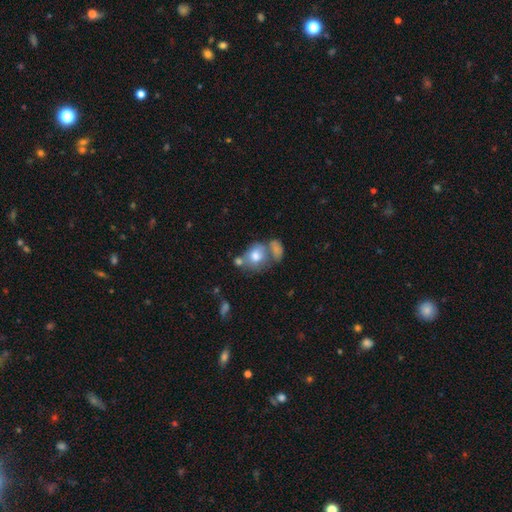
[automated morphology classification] Smooth or featured? Predicted: smooth (p=0.71). How rounded? Predicted: round (p=0.50). Merging? Predicted: merger (p=0.42).